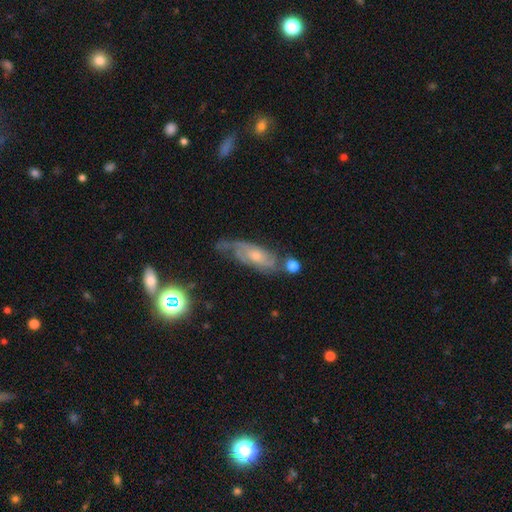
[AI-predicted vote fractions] Smooth or featured: featured or disk — 73% (smooth — 17%)
Edge-on disk: no — 87% (yes — 13%)
Bar: no — 69% (weak — 26%)
Spiral arms: yes — 90% (no — 10%)
Spiral winding: tight — 45% (medium — 39%)
Spiral arm count: 2 — 43% (can't tell — 36%)
Bulge size: small — 55% (moderate — 38%)
Merging: none — 53% (minor disturbance — 26%)